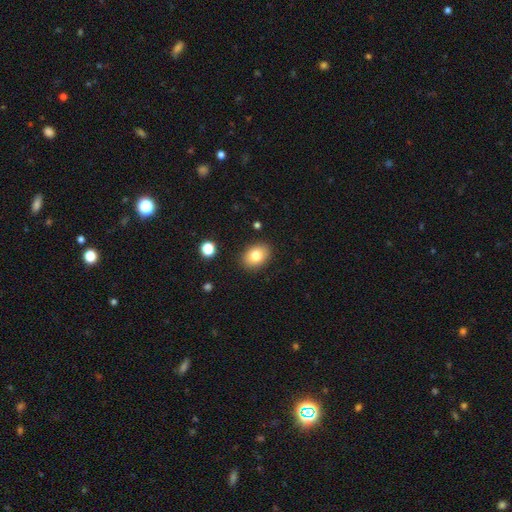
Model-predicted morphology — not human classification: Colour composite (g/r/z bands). It shows a smooth galaxy with no disk features (81%) that is in between round and cigar-shaped (74%). Merging: none (88%).